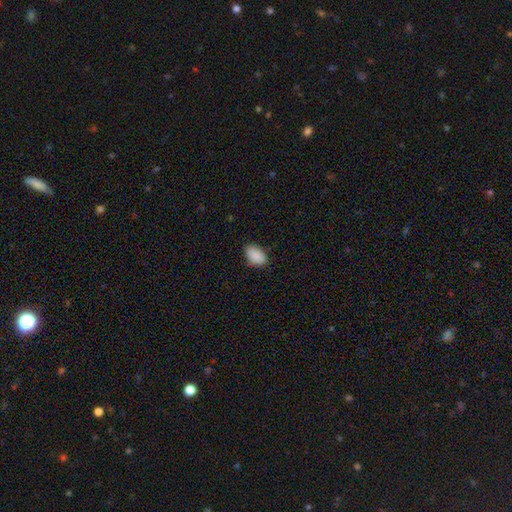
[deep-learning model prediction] smooth-or-featured: smooth: 90% | star or artifact: 7% | featured or disk: 3%
  how-rounded: in between: 90% | round: 8% | cigar-shaped: 1%
  merging: none: 83% | minor disturbance: 14% | major disturbance: 3% | merger: 1%